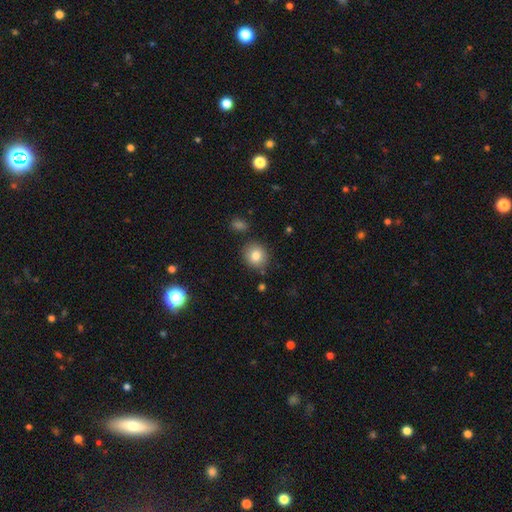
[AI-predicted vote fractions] This appears to be a smooth galaxy with no disk features (82%) that is round (83%). Merging: none (84%).